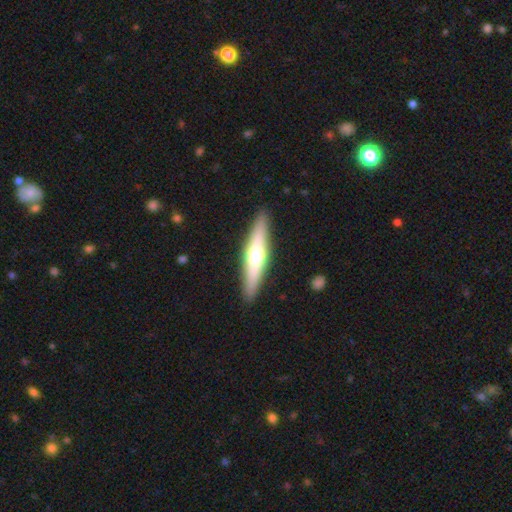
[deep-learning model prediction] A featured or disk galaxy (51%) viewed edge-on (90%). Merging: none (90%).